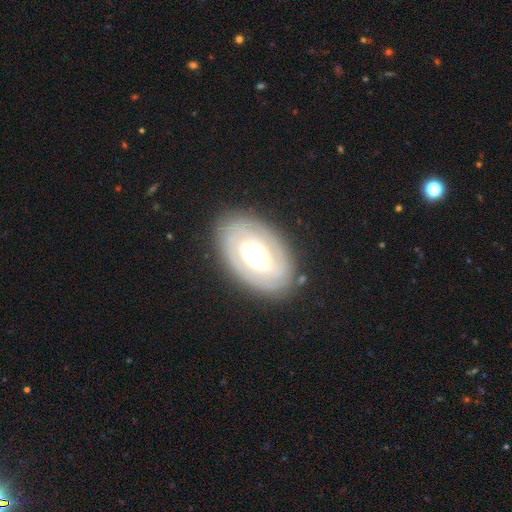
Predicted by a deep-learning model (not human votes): Smooth or featured: featured or disk — 76% (smooth — 19%)
Edge-on disk: no — 95% (yes — 5%)
Bar: no — 64% (weak — 25%)
Spiral arms: yes — 77% (no — 23%)
Spiral winding: tight — 75% (medium — 18%)
Spiral arm count: 2 — 39% (can't tell — 37%)
Bulge size: moderate — 64% (large — 20%)
Merging: none — 83% (minor disturbance — 12%)